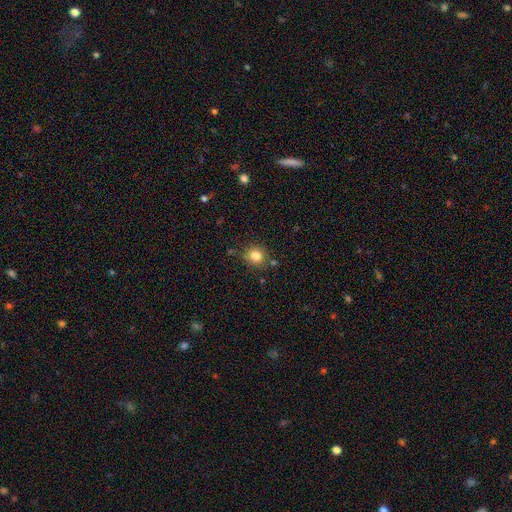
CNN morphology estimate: The model was most divided on "merging": none: 80%, minor disturbance: 11%, merger: 5%, major disturbance: 3%. More confident: how rounded — round (89%); smooth or featured — smooth (81%).